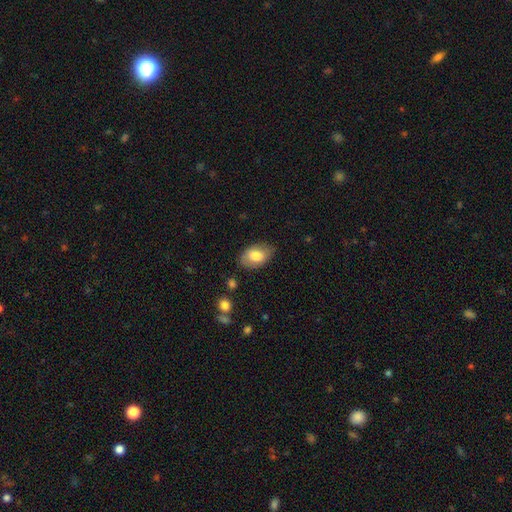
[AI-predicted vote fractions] Morphology: type=smooth (78%); roundness=in between (90%); merging=none (79%).